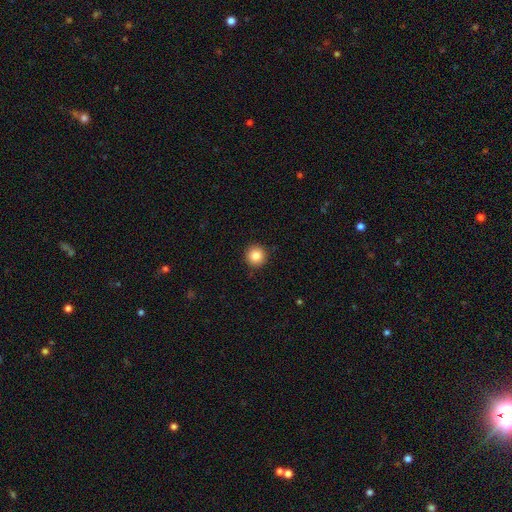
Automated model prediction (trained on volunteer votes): Smooth or featured? Predicted: smooth (p=0.84). How rounded? Predicted: round (p=0.96). Merging? Predicted: none (p=0.92).